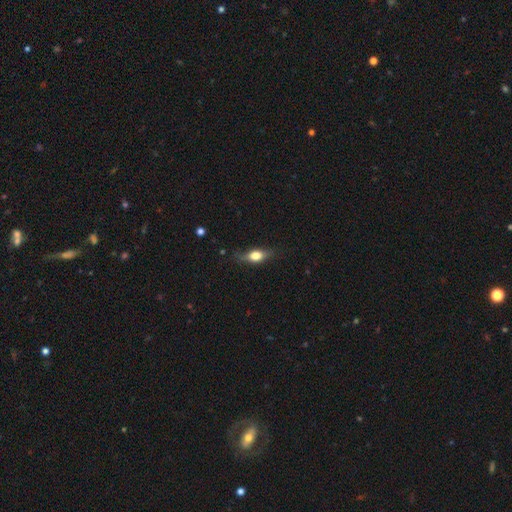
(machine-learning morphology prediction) A smooth galaxy with no disk features (57%) that is in between round and cigar-shaped (63%).

Vote fractions:
- Smooth or featured? smooth: 57% / featured or disk: 34% / star or artifact: 8%
- How rounded? in between: 63% / cigar-shaped: 28% / round: 8%
- Merging? none: 72% / minor disturbance: 20% / major disturbance: 6% / merger: 2%